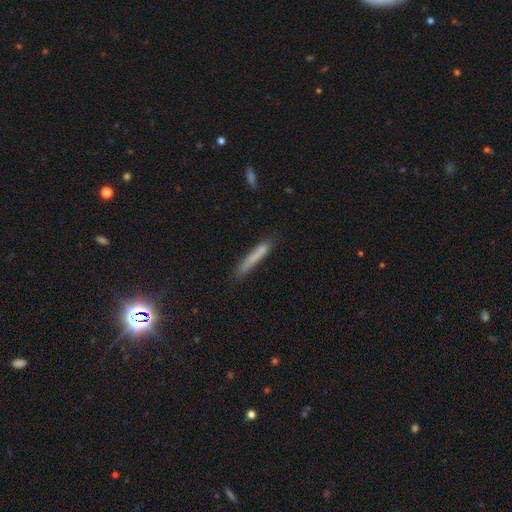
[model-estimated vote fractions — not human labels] Morphology: type=smooth (75%); roundness=cigar-shaped (95%); merging=none (78%).